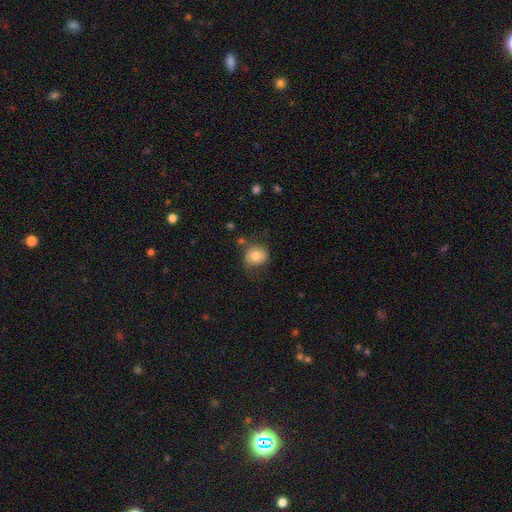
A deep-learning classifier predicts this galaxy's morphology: type=smooth (75%); roundness=round (73%); merging=none (58%).